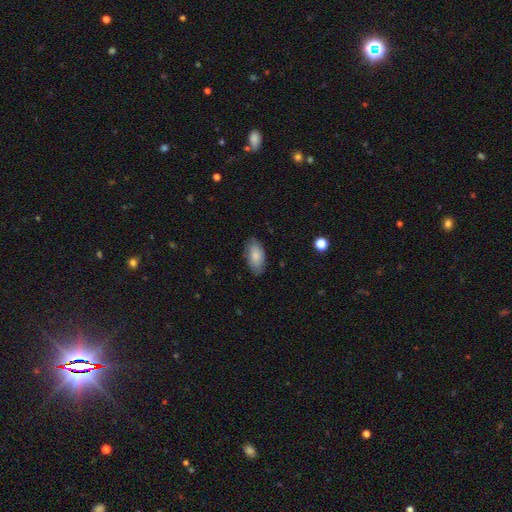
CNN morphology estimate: Smooth or featured? smooth (83%)
How rounded? in between (94%)
Merging? none (82%)